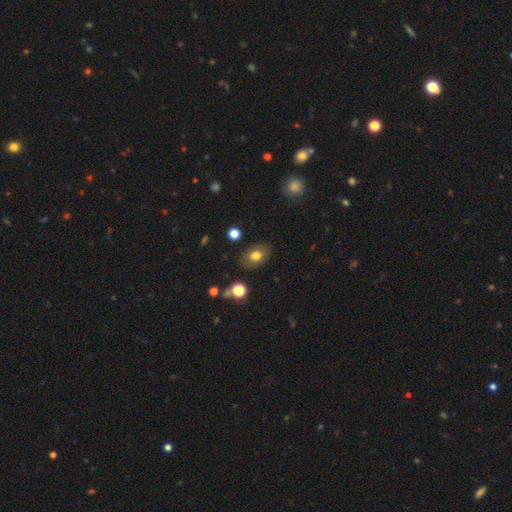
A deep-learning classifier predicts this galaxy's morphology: type=smooth (75%); roundness=in between (80%); merging=none (82%).